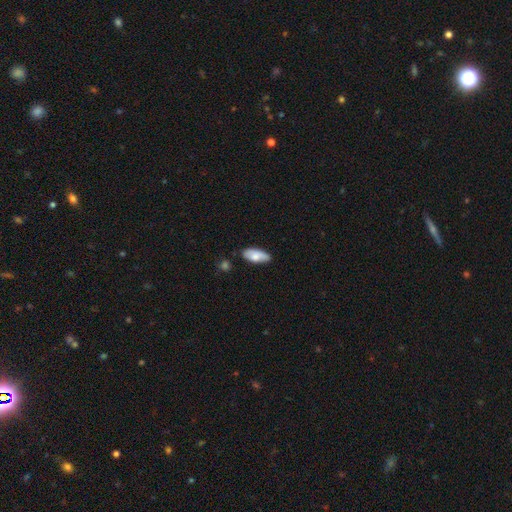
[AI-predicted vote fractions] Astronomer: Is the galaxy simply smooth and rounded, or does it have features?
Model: smooth — 75%.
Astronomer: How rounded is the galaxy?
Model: in between — 84%.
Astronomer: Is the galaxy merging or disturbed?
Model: none — 73%.